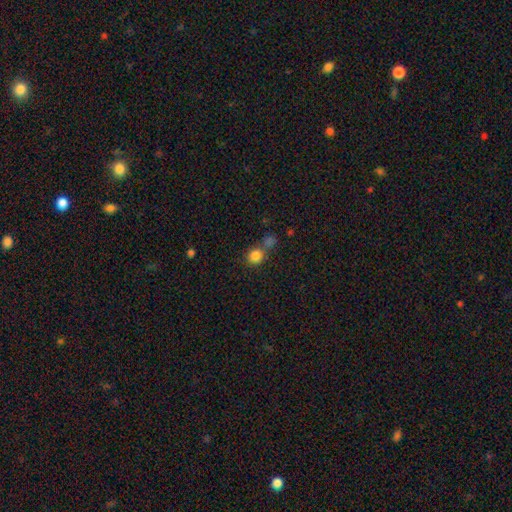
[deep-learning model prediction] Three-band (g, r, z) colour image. It shows a smooth galaxy with no disk features (83%) that is round (88%). Merging: none (59%).